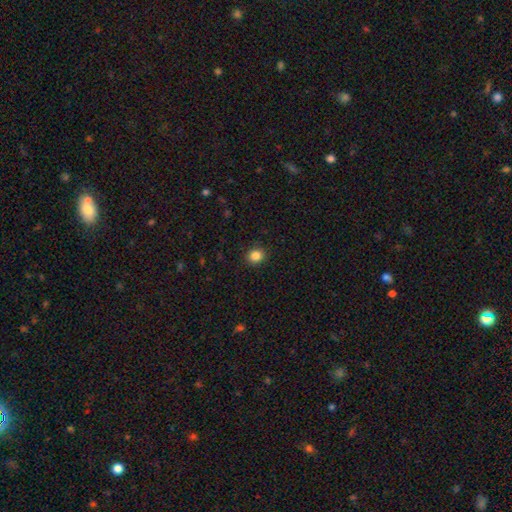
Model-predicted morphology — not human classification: smooth-or-featured: smooth: 85% | star or artifact: 11% | featured or disk: 4%
  how-rounded: round: 79% | in between: 21% | cigar-shaped: 1%
  merging: none: 91% | minor disturbance: 6% | major disturbance: 2% | merger: 1%